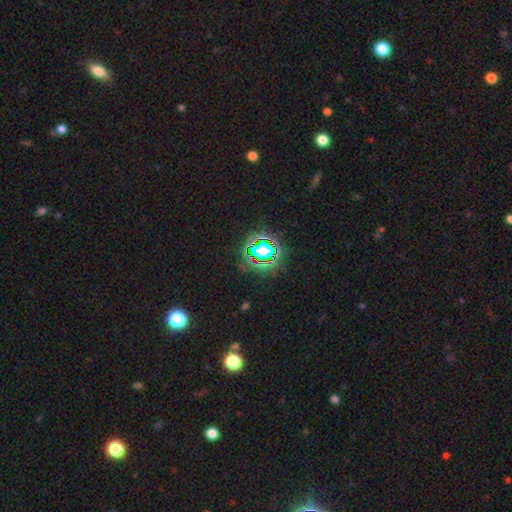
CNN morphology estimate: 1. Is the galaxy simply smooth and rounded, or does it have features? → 76% star or artifact, 16% smooth, 8% featured or disk.